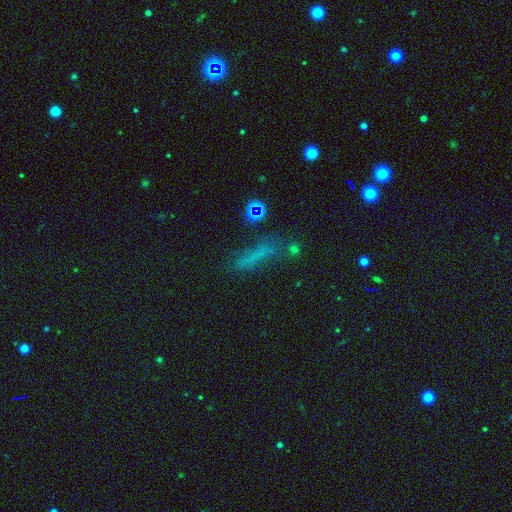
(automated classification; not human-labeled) Morphology: type=smooth (53%); roundness=cigar-shaped (78%); merging=none (64%).